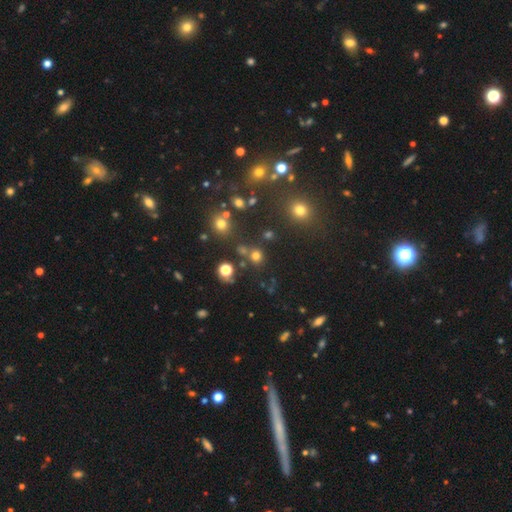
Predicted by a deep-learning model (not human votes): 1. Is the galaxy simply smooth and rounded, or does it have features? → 69% smooth, 24% star or artifact, 7% featured or disk.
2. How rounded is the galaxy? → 88% round, 11% in between, 1% cigar-shaped.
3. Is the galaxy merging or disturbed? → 74% none, 14% merger, 8% minor disturbance, 4% major disturbance.